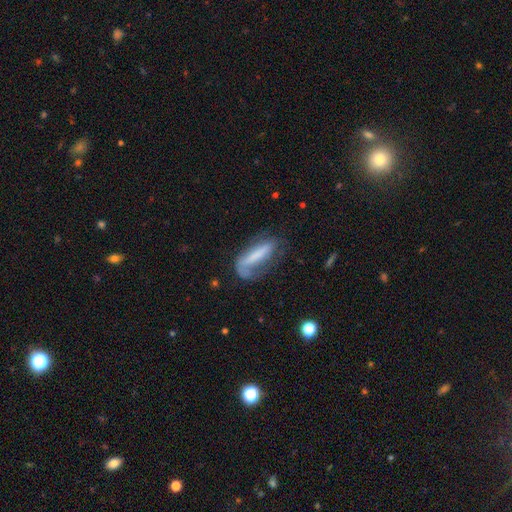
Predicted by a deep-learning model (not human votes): Smooth or featured: smooth — 52% (featured or disk — 40%)
How rounded: cigar-shaped — 62% (in between — 36%)
Merging: none — 43% (major disturbance — 28%)